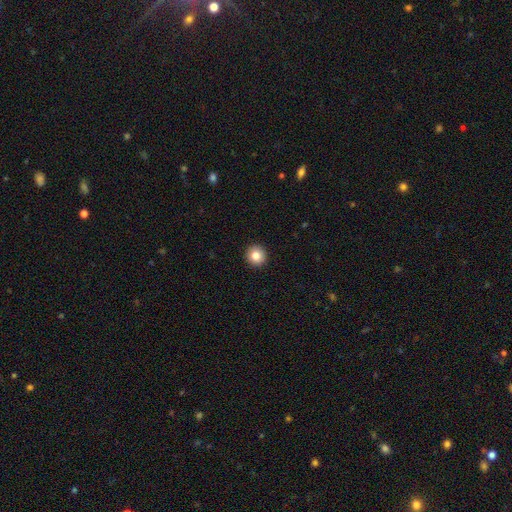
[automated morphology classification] type=smooth (83%); roundness=round (94%); merging=none (94%).